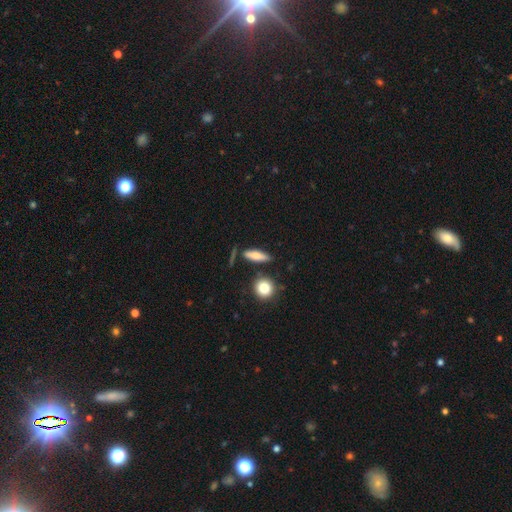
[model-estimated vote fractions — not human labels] Smooth or featured? Predicted: smooth (p=0.66). How rounded? Predicted: cigar-shaped (p=0.49). Merging? Predicted: none (p=0.74).